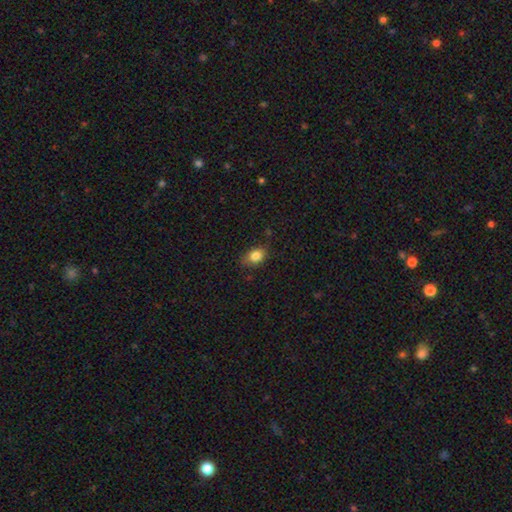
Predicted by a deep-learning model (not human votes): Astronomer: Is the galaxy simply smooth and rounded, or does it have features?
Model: smooth — 84%.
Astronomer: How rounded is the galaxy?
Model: in between — 71%.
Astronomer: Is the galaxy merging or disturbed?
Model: none — 76%.